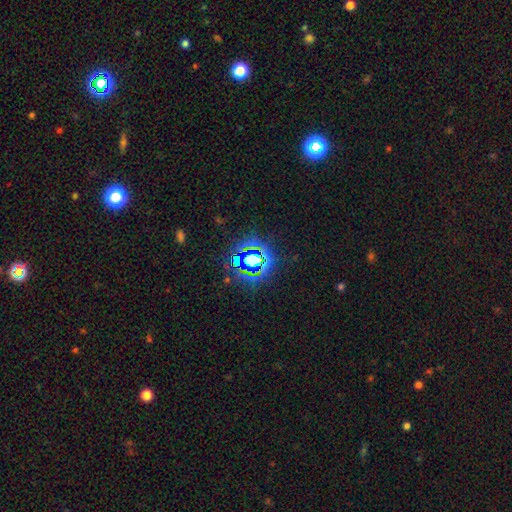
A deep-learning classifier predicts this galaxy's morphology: Smooth or featured?
  - star or artifact: 75% *
  - smooth: 13%
  - featured or disk: 11%